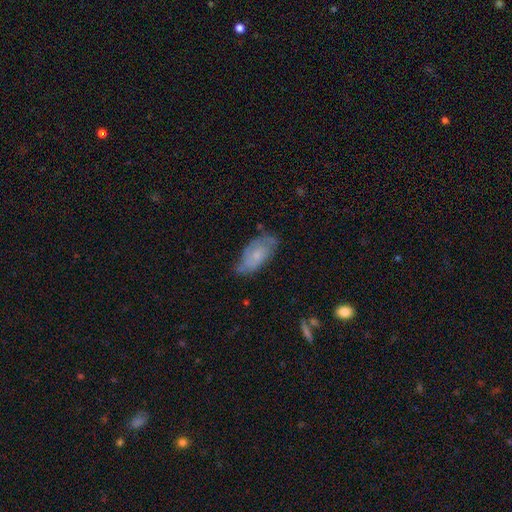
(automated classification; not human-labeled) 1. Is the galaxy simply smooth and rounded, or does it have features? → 47% featured or disk, 46% smooth, 7% star or artifact.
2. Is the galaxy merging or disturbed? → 55% none, 32% minor disturbance, 9% major disturbance, 3% merger.